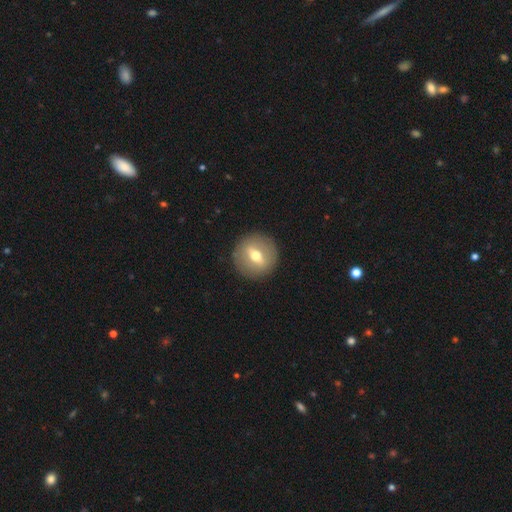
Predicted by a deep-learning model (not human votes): smooth_or_featured: featured or disk (p=0.49) [alt: smooth p=0.43]
merging: none (p=0.89) [alt: minor disturbance p=0.07]